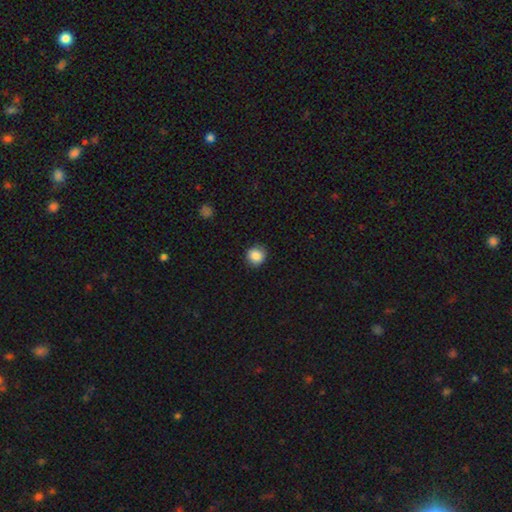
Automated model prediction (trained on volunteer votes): smooth-or-featured: smooth: 86% | star or artifact: 10% | featured or disk: 4%
  how-rounded: round: 88% | in between: 12% | cigar-shaped: 1%
  merging: none: 86% | minor disturbance: 10% | major disturbance: 2% | merger: 1%